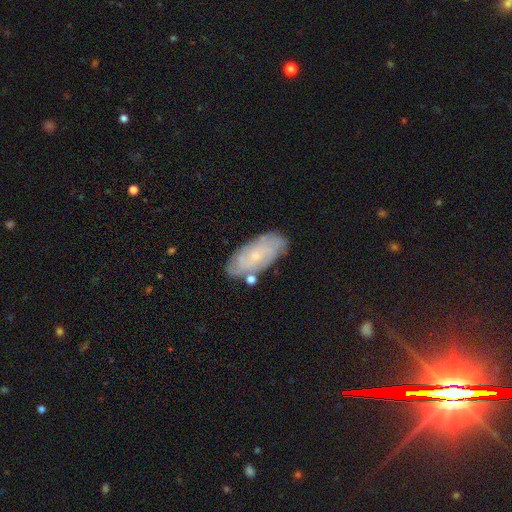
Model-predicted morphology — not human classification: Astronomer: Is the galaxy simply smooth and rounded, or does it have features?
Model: featured or disk — 66%.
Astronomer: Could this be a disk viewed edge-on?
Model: no — 92%.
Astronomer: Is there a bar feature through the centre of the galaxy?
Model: no — 79%.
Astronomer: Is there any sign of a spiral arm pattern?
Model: yes — 84%.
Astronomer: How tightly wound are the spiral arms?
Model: tight — 69%.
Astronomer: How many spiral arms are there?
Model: can't tell — 54%.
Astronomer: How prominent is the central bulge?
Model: small — 81%.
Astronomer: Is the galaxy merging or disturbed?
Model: none — 78%.